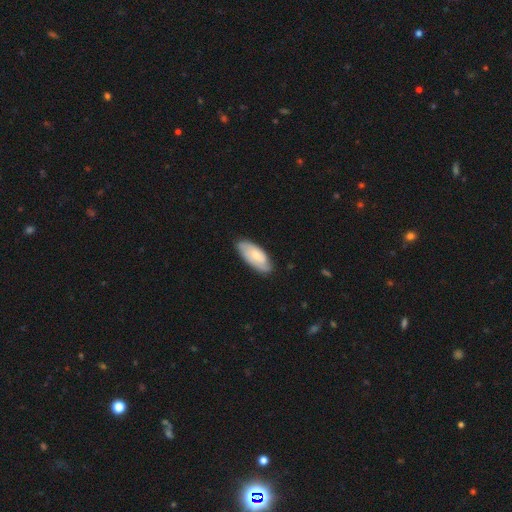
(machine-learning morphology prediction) This appears to be a smooth galaxy with no disk features (53%) that is in between round and cigar-shaped (84%). Merging: none (78%).